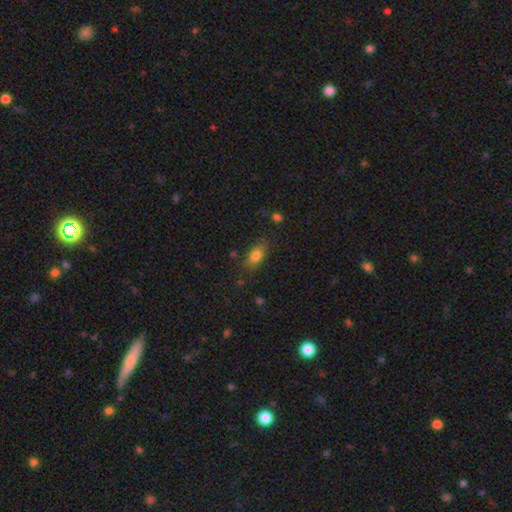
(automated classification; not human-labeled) This appears to be a smooth galaxy with no disk features (80%) that is in between round and cigar-shaped (83%). Merging: none (76%).